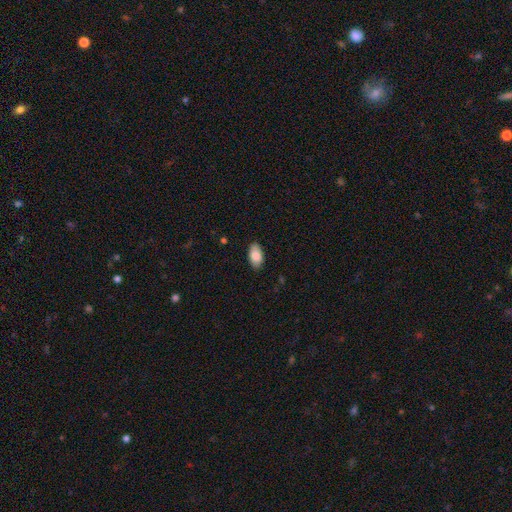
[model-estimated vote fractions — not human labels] smooth-or-featured: smooth: 86% | featured or disk: 8% | star or artifact: 6%
  how-rounded: in between: 94% | round: 3% | cigar-shaped: 3%
  merging: none: 87% | minor disturbance: 10% | major disturbance: 2% | merger: 1%